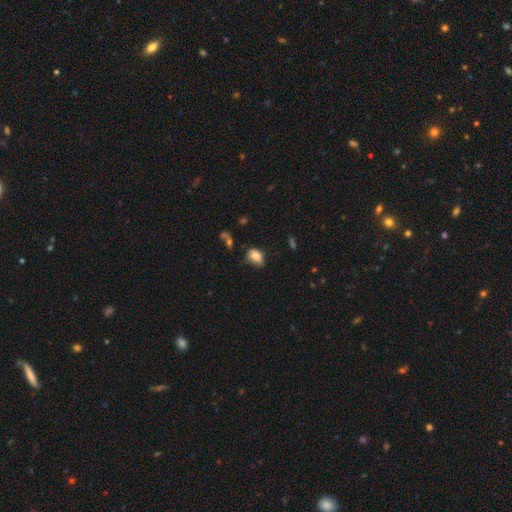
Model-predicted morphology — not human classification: Smooth or featured?
  - smooth: 80% *
  - featured or disk: 10%
  - star or artifact: 10%
How rounded?
  - in between: 76% *
  - round: 22%
  - cigar-shaped: 2%
Merging?
  - none: 48% *
  - minor disturbance: 37%
  - major disturbance: 11%
  - merger: 4%